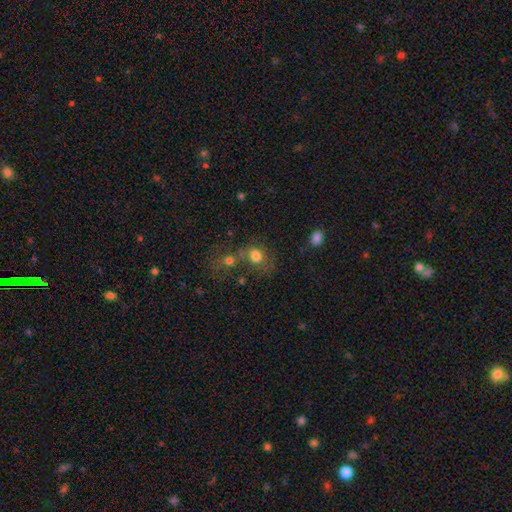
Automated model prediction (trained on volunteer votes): The model was most divided on "merging": none: 43%, merger: 36%, minor disturbance: 13%, major disturbance: 8%. More confident: smooth or featured — smooth (77%); how rounded — round (60%).